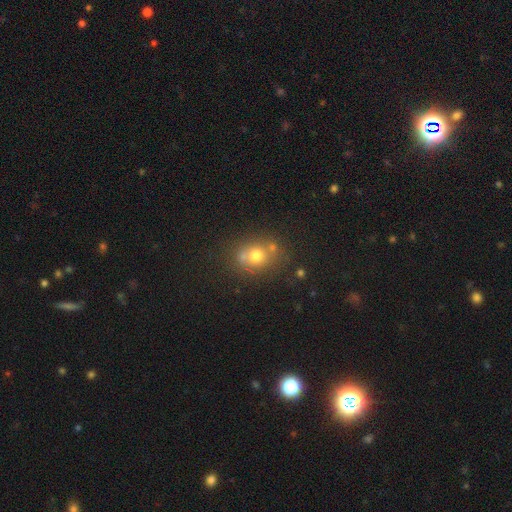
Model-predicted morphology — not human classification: The model was most divided on "how rounded": round: 66%, in between: 33%, cigar-shaped: 1%. More confident: smooth or featured — smooth (67%); merging — none (57%).